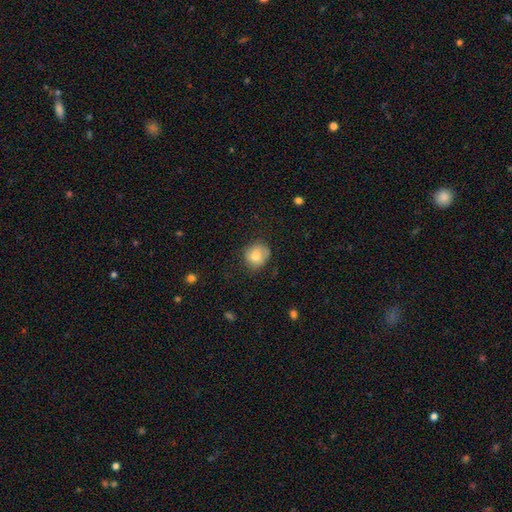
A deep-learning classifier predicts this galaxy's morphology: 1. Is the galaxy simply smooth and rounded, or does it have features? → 79% smooth, 12% featured or disk, 9% star or artifact.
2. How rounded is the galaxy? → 81% round, 18% in between, 1% cigar-shaped.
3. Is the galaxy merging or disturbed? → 71% none, 22% minor disturbance, 6% major disturbance, 2% merger.